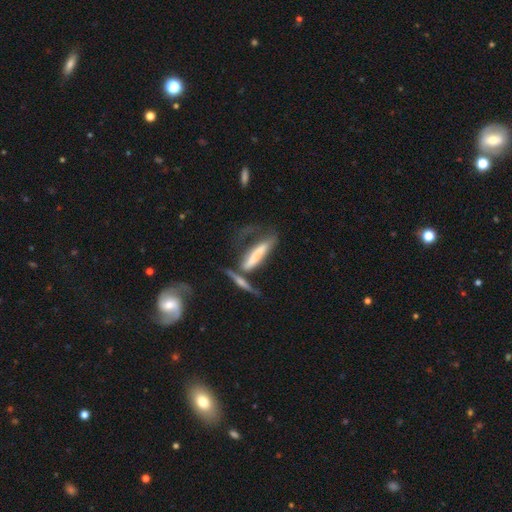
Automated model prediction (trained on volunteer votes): Morphology: type=smooth (49%); merging=merger (35%).